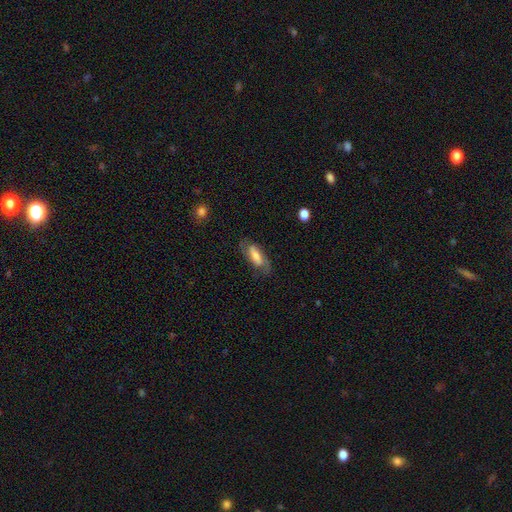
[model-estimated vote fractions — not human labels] Overall: featured or disk (55%; smooth 37%). Edge-on disk: no (84%). Merging: none (76%).